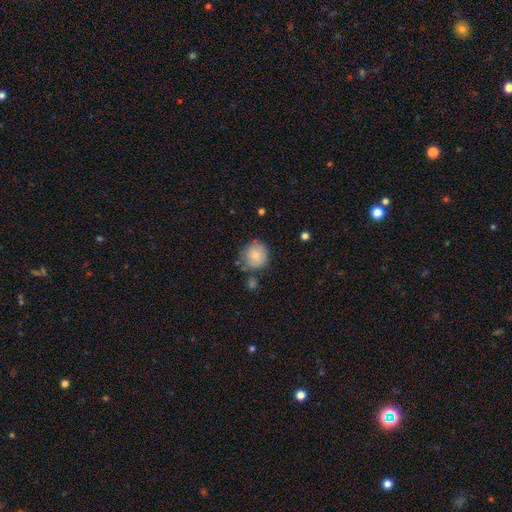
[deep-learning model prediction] smooth-or-featured: smooth: 83% | featured or disk: 9% | star or artifact: 8%
  how-rounded: round: 85% | in between: 14% | cigar-shaped: 1%
  merging: none: 68% | minor disturbance: 20% | merger: 7% | major disturbance: 5%